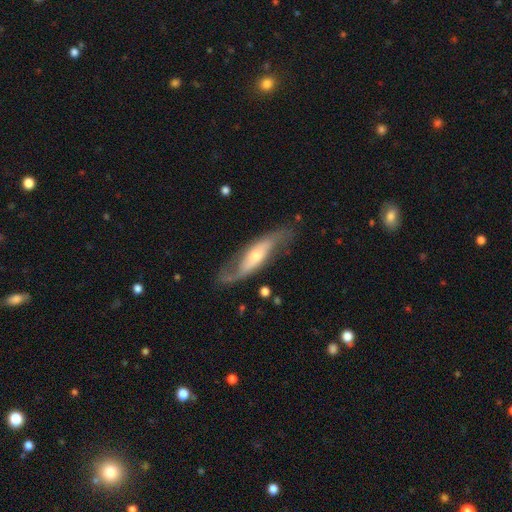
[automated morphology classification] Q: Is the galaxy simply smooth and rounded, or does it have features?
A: featured or disk — 77%.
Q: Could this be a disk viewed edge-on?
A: no — 77%.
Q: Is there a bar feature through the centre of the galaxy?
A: no — 48%.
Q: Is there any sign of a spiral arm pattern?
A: yes — 89%.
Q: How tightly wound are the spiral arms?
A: loose — 66%.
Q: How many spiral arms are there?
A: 2 — 87%.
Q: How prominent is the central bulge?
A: moderate — 48%.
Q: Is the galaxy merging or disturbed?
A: none — 71%.